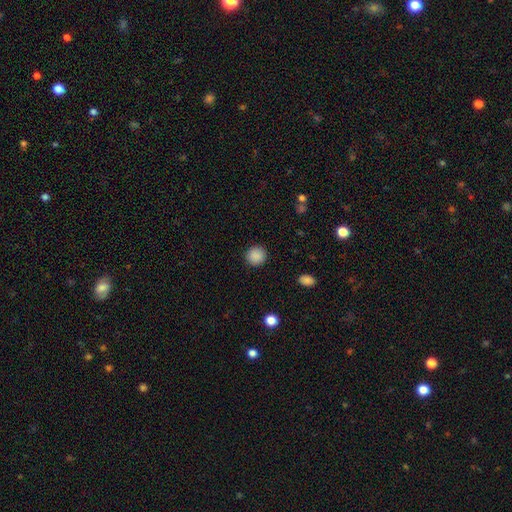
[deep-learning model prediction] Morphology: type=smooth (88%); roundness=round (93%); merging=none (91%).